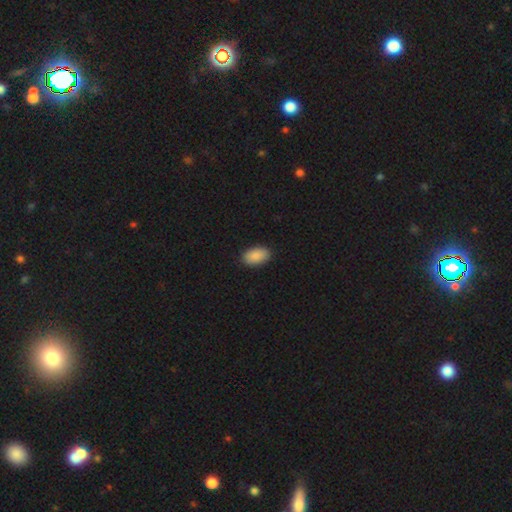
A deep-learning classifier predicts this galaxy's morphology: The model was most divided on "merging": none: 90%, minor disturbance: 7%, major disturbance: 2%, merger: 1%. More confident: how rounded — in between (94%); smooth or featured — smooth (90%).